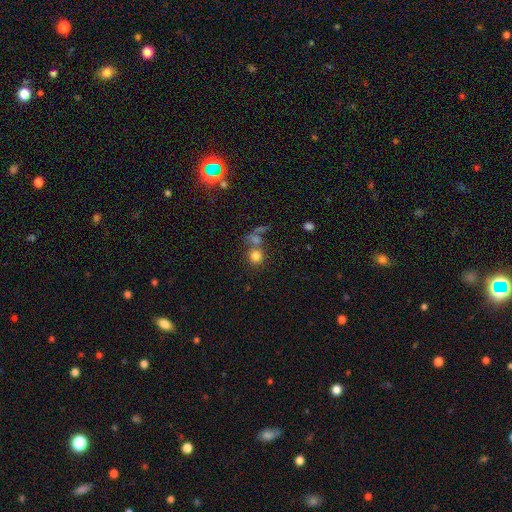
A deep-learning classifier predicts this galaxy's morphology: This is likely a smooth galaxy (80%). How rounded: clearly round (87%). Merging: possibly none (58%).